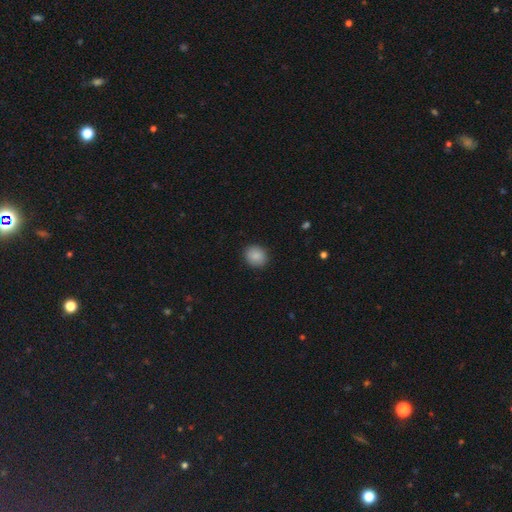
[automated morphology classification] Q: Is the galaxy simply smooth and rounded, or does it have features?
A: smooth — 88%.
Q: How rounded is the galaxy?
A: round — 79%.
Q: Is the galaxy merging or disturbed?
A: none — 90%.